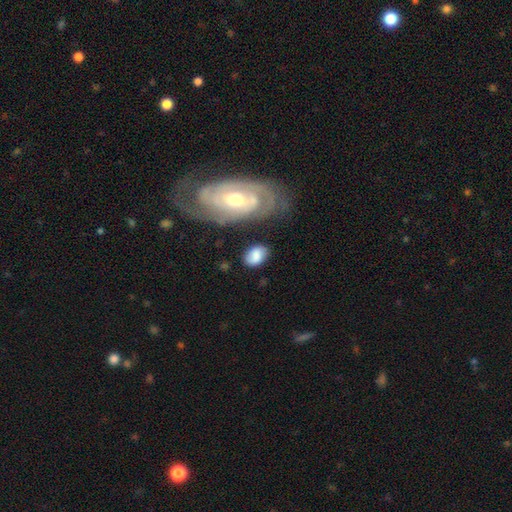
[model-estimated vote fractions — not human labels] The model was most divided on "merging": none: 66%, minor disturbance: 20%, major disturbance: 7%, merger: 7%. More confident: how rounded — in between (83%); smooth or featured — smooth (74%).